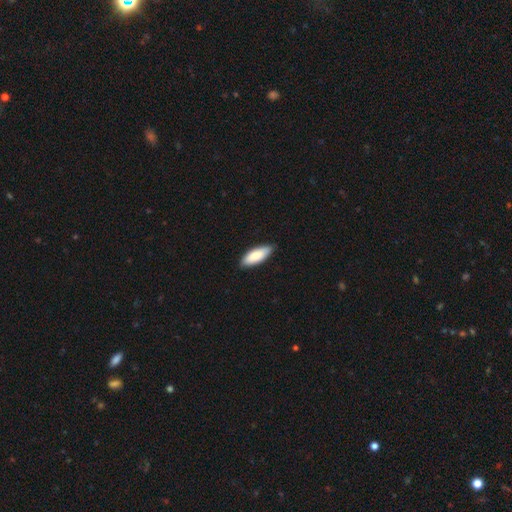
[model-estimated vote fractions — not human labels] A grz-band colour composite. It shows a smooth galaxy with no disk features (84%) that is in between round and cigar-shaped (74%). Merging: none (87%).